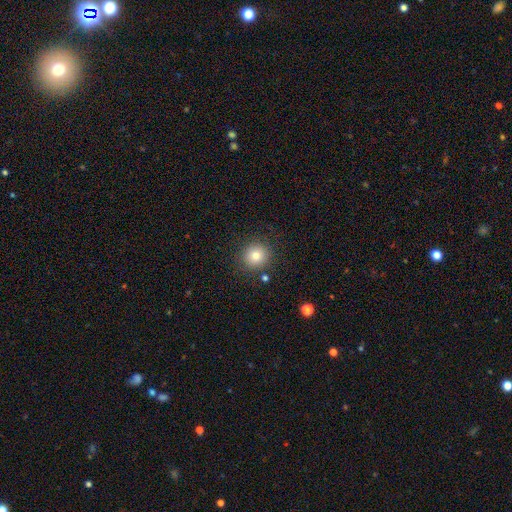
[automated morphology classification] Q: Smooth or featured?
A: smooth (80%); runner-up: star or artifact (12%)
Q: How rounded?
A: round (91%); runner-up: in between (8%)
Q: Merging?
A: none (86%); runner-up: minor disturbance (8%)